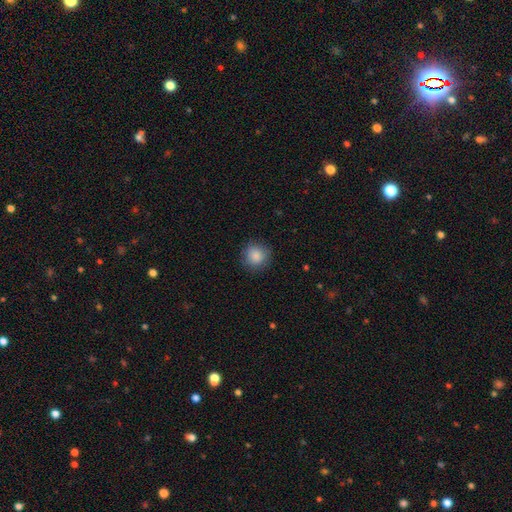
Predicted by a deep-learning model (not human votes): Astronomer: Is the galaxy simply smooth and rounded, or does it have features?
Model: smooth — 86%.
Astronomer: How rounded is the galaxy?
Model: round — 92%.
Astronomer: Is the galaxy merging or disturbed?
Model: none — 85%.